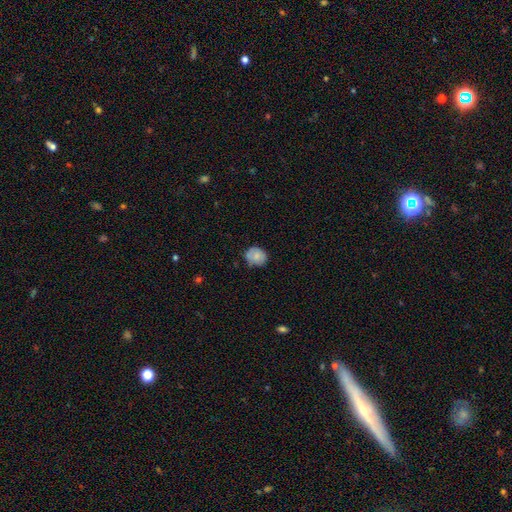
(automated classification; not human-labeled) smooth-or-featured: smooth: 75% | featured or disk: 17% | star or artifact: 8%
  how-rounded: round: 71% | in between: 28% | cigar-shaped: 1%
  merging: none: 67% | minor disturbance: 27% | major disturbance: 5% | merger: 2%